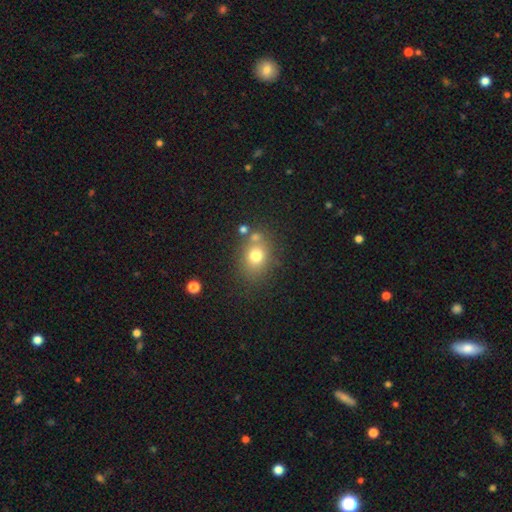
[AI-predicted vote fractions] smooth-or-featured: smooth: 74% | star or artifact: 14% | featured or disk: 12%
  how-rounded: round: 54% | in between: 45% | cigar-shaped: 1%
  merging: none: 68% | merger: 14% | minor disturbance: 13% | major disturbance: 5%